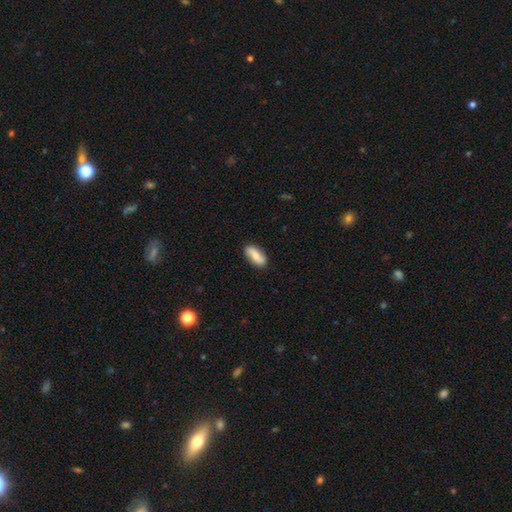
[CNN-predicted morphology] A smooth galaxy with no disk features (52%) that is in between round and cigar-shaped (78%). Merging: none (84%).